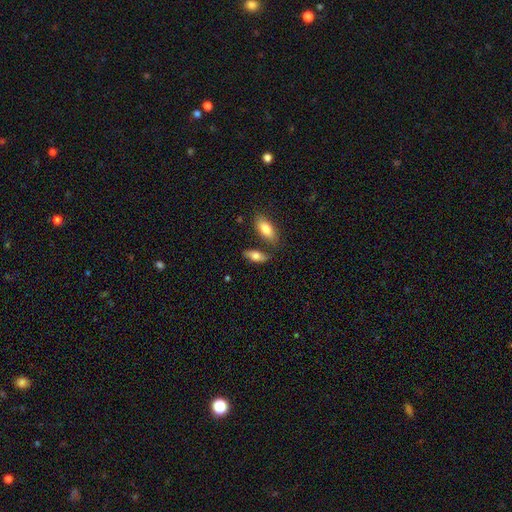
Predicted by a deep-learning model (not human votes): smooth_or_featured: smooth (p=0.76) [alt: featured or disk p=0.17]
how_rounded: in between (p=0.79) [alt: cigar-shaped p=0.17]
merging: none (p=0.63) [alt: merger p=0.16]